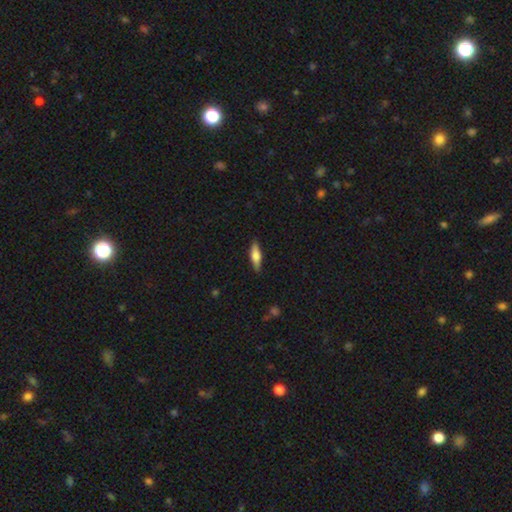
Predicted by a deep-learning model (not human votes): A smooth galaxy with no disk features (57%) that is cigar-shaped (60%). Merging: none (87%).